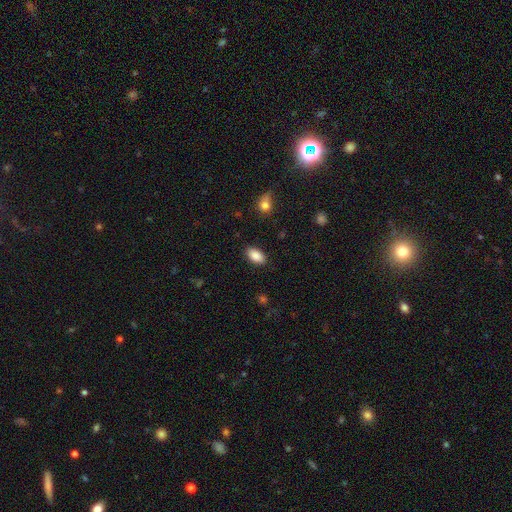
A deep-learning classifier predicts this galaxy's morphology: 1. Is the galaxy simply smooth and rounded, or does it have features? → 88% smooth, 7% star or artifact, 5% featured or disk.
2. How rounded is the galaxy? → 93% in between, 5% round, 2% cigar-shaped.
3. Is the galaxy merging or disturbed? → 87% none, 9% minor disturbance, 3% major disturbance, 1% merger.